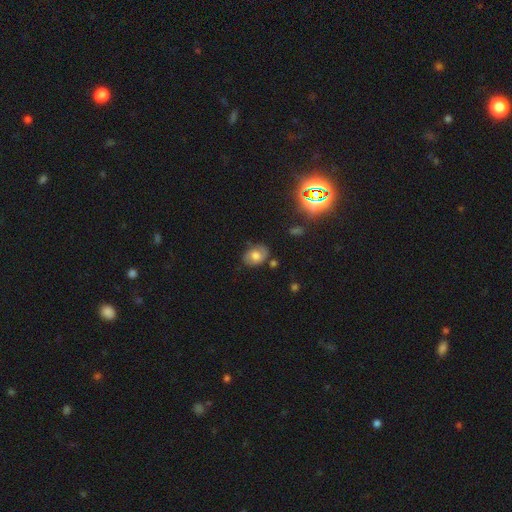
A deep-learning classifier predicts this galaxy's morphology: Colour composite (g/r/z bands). It shows a smooth galaxy with no disk features (61%) that is in between round and cigar-shaped (73%). Merging: none (74%).